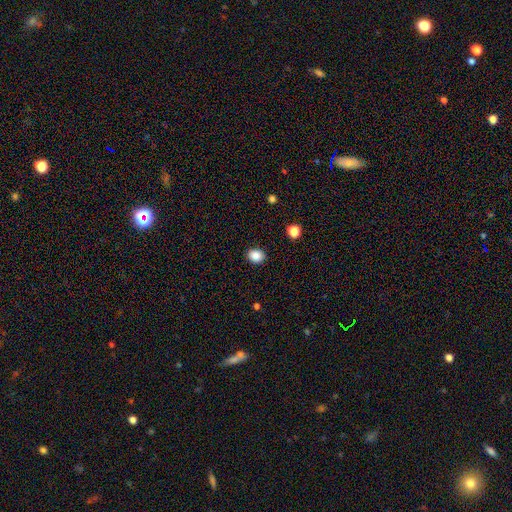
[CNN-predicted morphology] type=smooth (86%); roundness=round (55%); merging=none (90%).